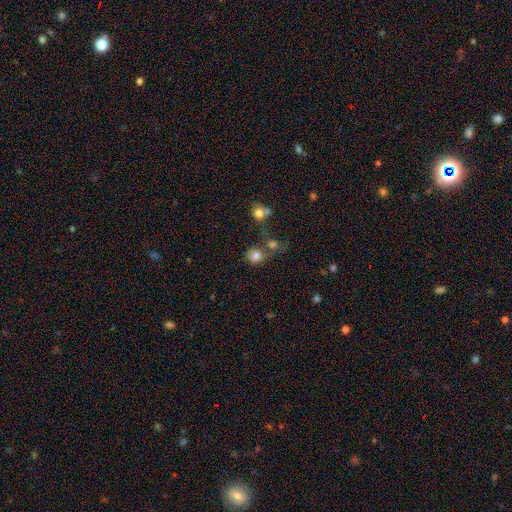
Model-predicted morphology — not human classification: Overall: smooth (78%). How rounded: round (80%). Merging: none (49%; merger 32%).